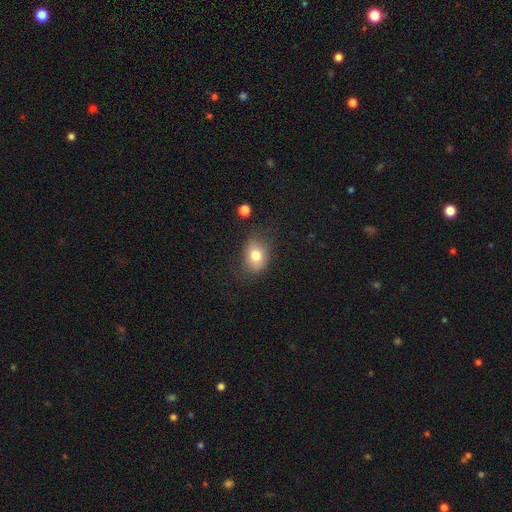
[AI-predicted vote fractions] smooth 78%, featured or disk 12%, star or artifact 10%. Down the decision tree: how rounded — in between (61%); merging — none (74%).